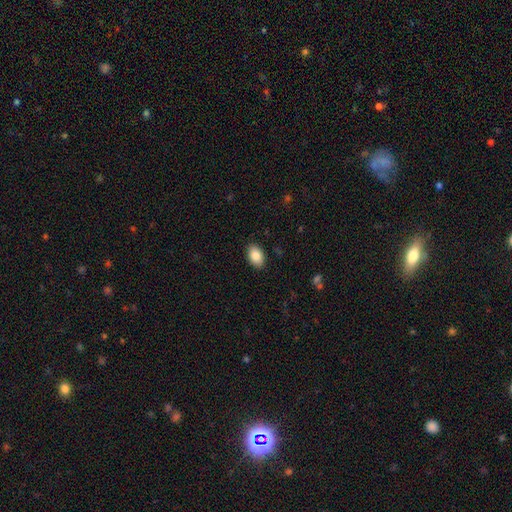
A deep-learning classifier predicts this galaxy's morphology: smooth-or-featured: smooth: 86% | star or artifact: 7% | featured or disk: 7%
  how-rounded: in between: 90% | round: 9% | cigar-shaped: 1%
  merging: none: 89% | minor disturbance: 8% | major disturbance: 2% | merger: 1%